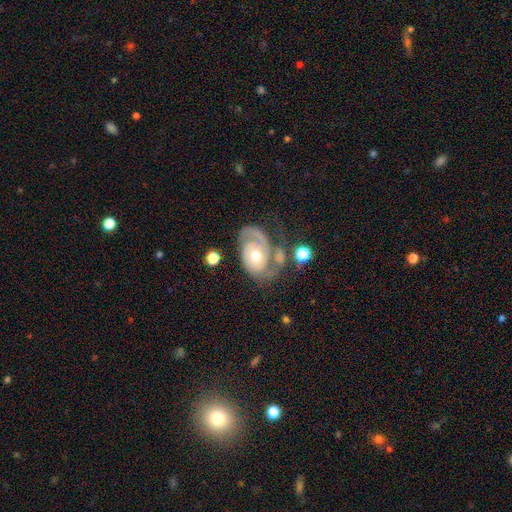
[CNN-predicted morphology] smooth_or_featured: featured or disk (p=0.83) [alt: smooth p=0.12]
disk_edge_on: no (p=0.97) [alt: yes p=0.03]
bar: no (p=0.73) [alt: weak p=0.23]
has_spiral_arms: yes (p=0.91) [alt: no p=0.09]
spiral_winding: tight (p=0.58) [alt: medium p=0.32]
spiral_arm_count: 2 (p=0.47) [alt: 1 p=0.29]
bulge_size: moderate (p=0.70) [alt: small p=0.23]
merging: none (p=0.43) [alt: minor disturbance p=0.22]